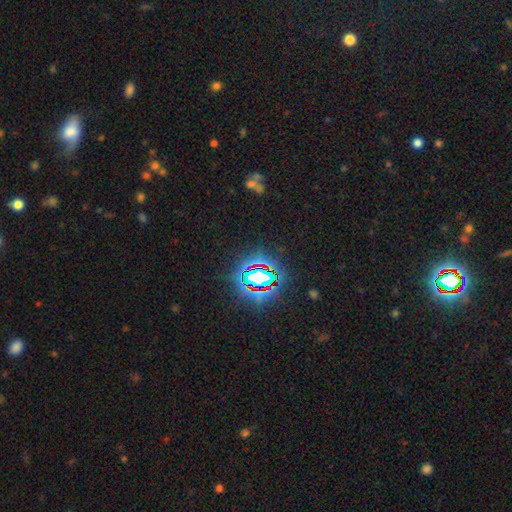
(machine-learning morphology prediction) This appears to be a star or artifact, not a galaxy (83%).